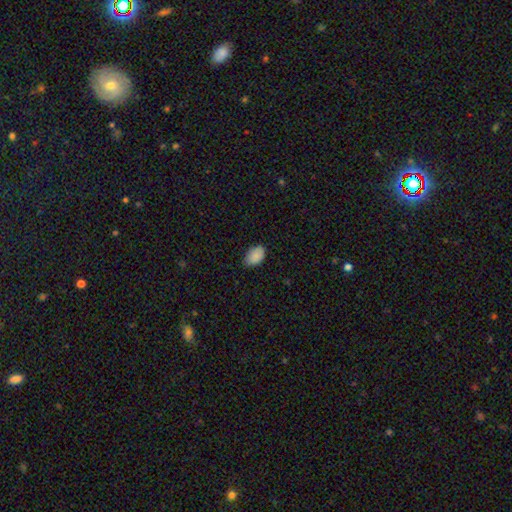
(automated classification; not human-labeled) Overall: smooth (88%). How rounded: in between (88%). Merging: none (73%).